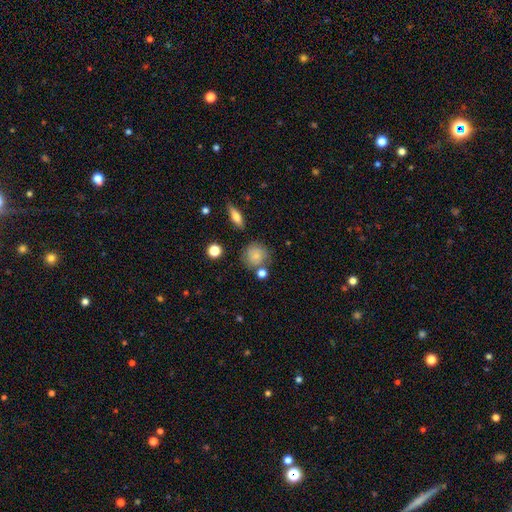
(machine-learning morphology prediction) type=smooth (77%); roundness=round (85%); merging=none (67%).